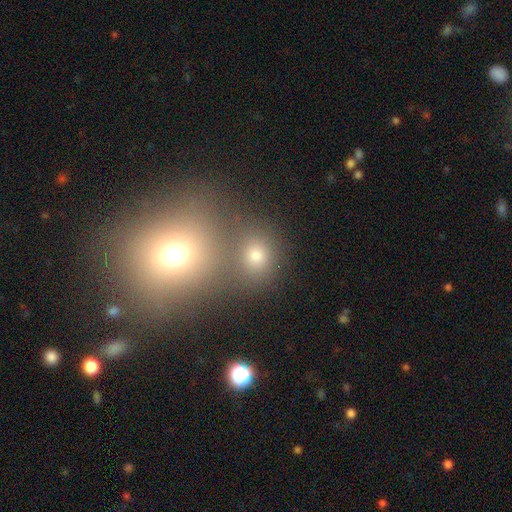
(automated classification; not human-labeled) Morphology: type=smooth (70%); roundness=round (77%); merging=none (59%).